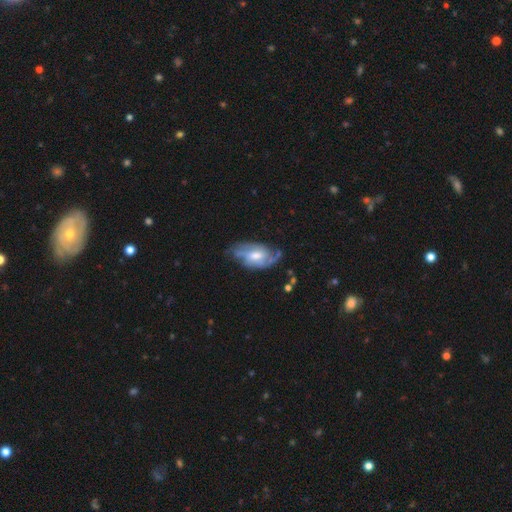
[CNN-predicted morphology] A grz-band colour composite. It shows a featured or disk galaxy (82%) with a weak bar (51%), 2 (54%) medium (45%) spiral arms (94%) and a moderate central bulge (63%). Merging: none (62%).